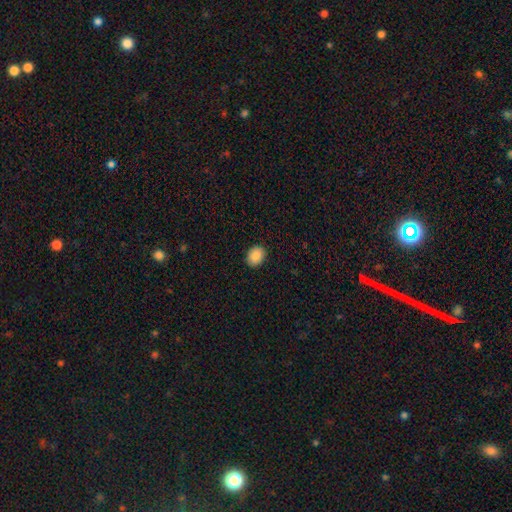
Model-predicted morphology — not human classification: This is clearly a smooth galaxy (88%). How rounded: possibly in between (56%). Merging: clearly none (90%).